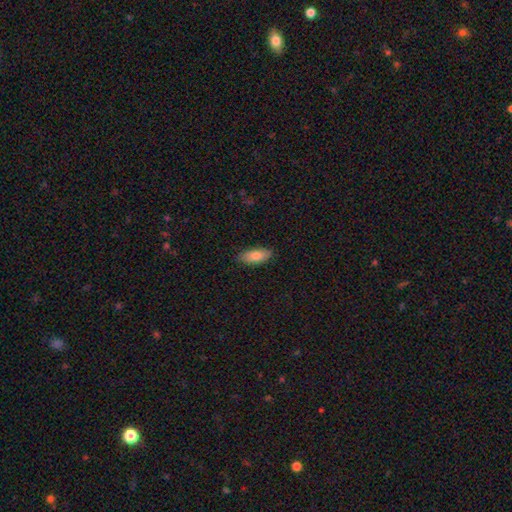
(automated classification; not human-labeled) Smooth or featured: smooth — 80% (featured or disk — 14%)
How rounded: in between — 84% (cigar-shaped — 14%)
Merging: none — 86% (minor disturbance — 11%)